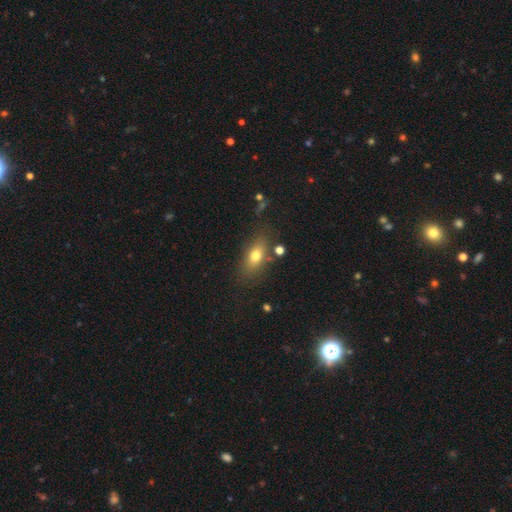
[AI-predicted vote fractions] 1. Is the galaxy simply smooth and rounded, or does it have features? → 72% smooth, 17% featured or disk, 10% star or artifact.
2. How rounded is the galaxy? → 76% in between, 12% cigar-shaped, 12% round.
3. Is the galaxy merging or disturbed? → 74% none, 15% minor disturbance, 5% major disturbance, 5% merger.